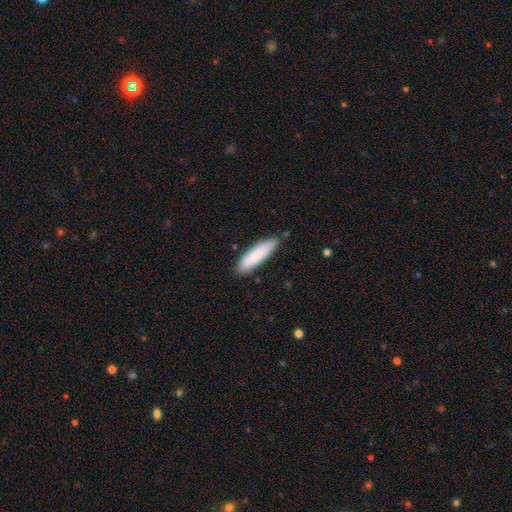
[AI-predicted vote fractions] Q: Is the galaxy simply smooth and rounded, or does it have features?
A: smooth — 81%.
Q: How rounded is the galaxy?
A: cigar-shaped — 65%.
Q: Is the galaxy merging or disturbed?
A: none — 79%.